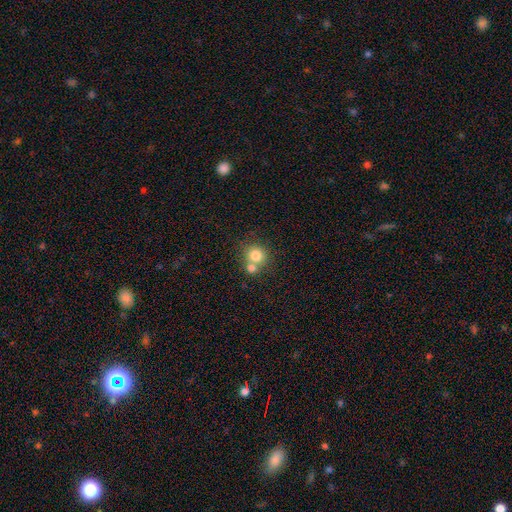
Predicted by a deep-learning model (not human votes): Q: Smooth or featured?
A: smooth (79%); runner-up: star or artifact (11%)
Q: How rounded?
A: round (86%); runner-up: in between (13%)
Q: Merging?
A: none (48%); runner-up: merger (42%)